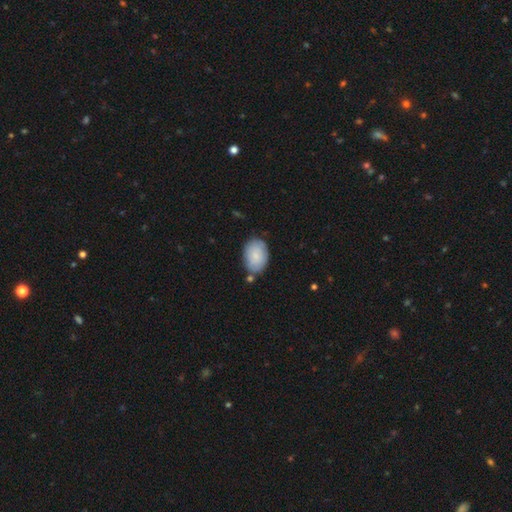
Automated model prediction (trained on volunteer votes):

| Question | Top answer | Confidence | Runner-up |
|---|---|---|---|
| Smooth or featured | smooth | 77% | featured or disk (17%) |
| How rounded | in between | 86% | round (13%) |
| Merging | none | 73% | minor disturbance (18%) |